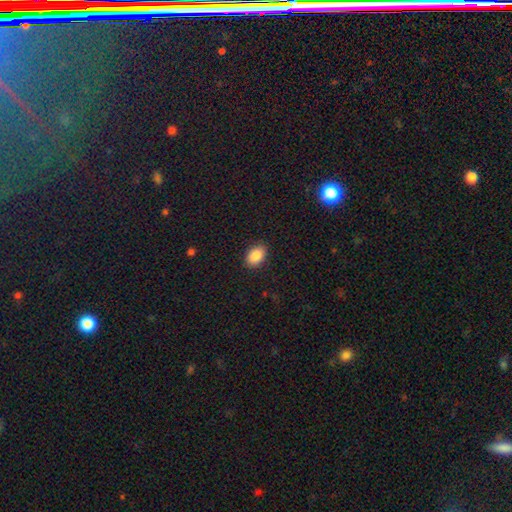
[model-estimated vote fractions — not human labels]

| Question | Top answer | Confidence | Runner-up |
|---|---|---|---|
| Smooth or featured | smooth | 88% | star or artifact (8%) |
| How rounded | in between | 84% | round (15%) |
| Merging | none | 88% | minor disturbance (9%) |